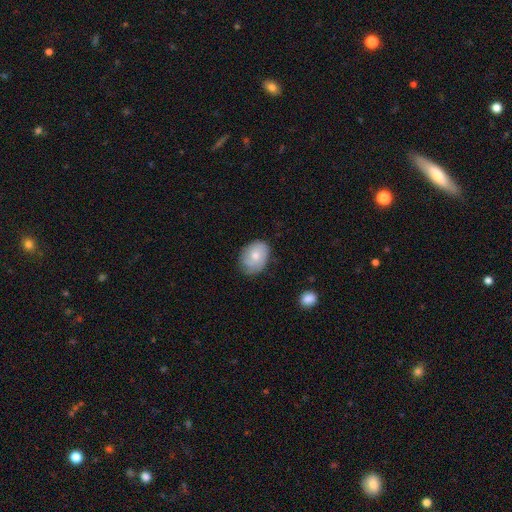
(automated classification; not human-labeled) Morphology: type=smooth (65%); roundness=in between (68%); merging=none (67%).